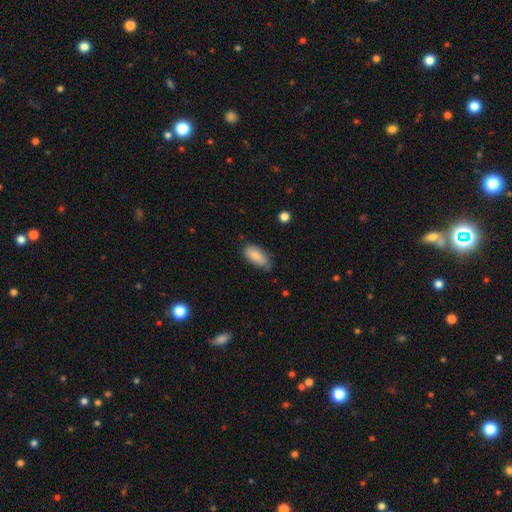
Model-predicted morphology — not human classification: Overall: smooth (87%). How rounded: in between (88%). Merging: none (67%; minor disturbance 27%).